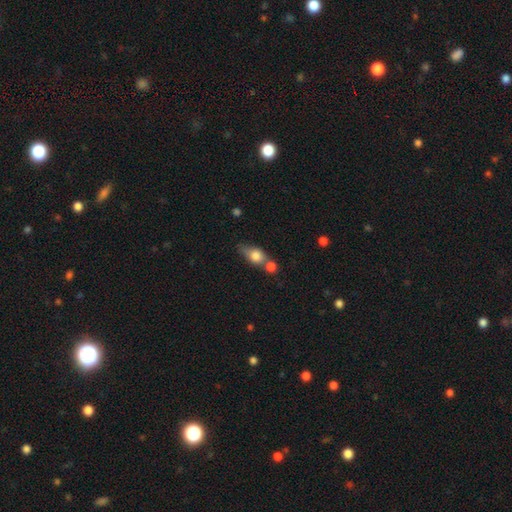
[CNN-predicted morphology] This appears to be a smooth galaxy with no disk features (74%) that is in between round and cigar-shaped (55%). Merging: merger (46%).